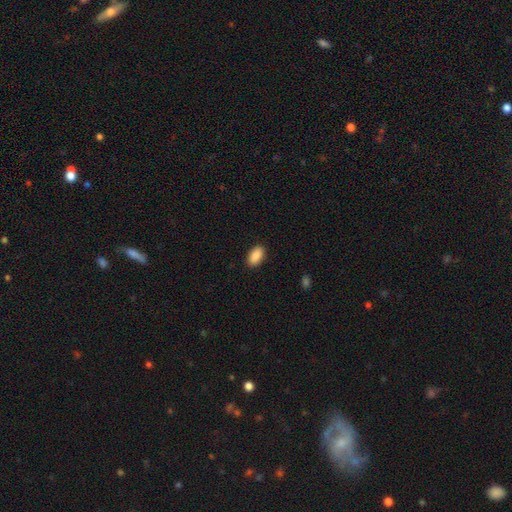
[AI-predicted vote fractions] The model was most divided on "merging": none: 90%, minor disturbance: 8%, major disturbance: 2%, merger: 1%. More confident: how rounded — in between (93%); smooth or featured — smooth (89%).